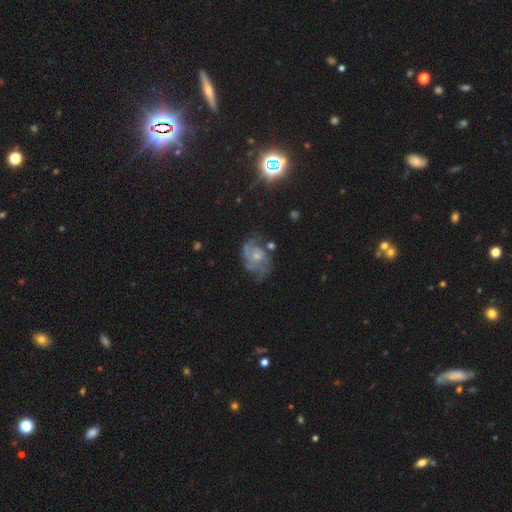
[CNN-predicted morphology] A featured or disk galaxy (75%) with no bar (76%), 2 (36%) medium (43%) spiral arms (85%) and a small central bulge (60%). Merging: none (48%).